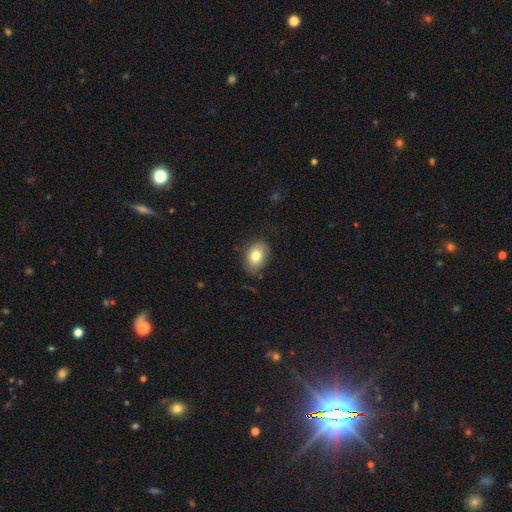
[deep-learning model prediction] A smooth galaxy with no disk features (79%) that is in between round and cigar-shaped (79%). Merging: none (81%).